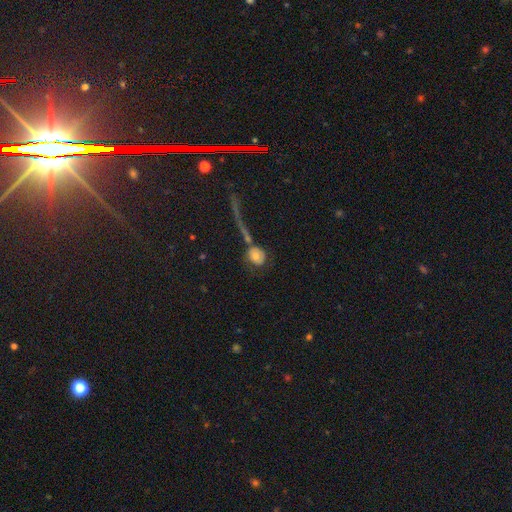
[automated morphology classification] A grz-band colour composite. It shows a smooth galaxy with no disk features (65%) that is round (74%). Merging: none (42%).